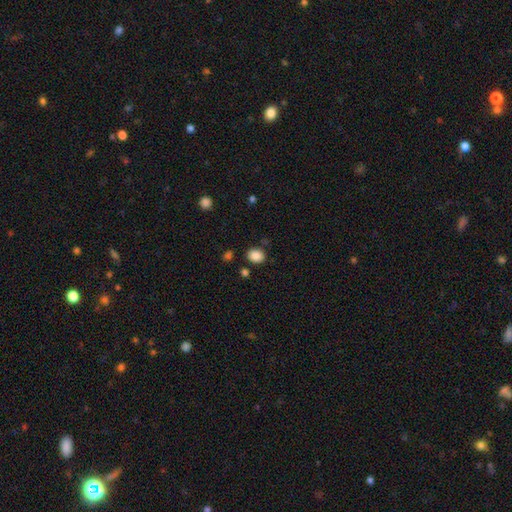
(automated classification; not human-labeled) smooth-or-featured: smooth: 87% | star or artifact: 10% | featured or disk: 4%
  how-rounded: round: 50% | in between: 49% | cigar-shaped: 1%
  merging: none: 83% | minor disturbance: 10% | merger: 4% | major disturbance: 3%